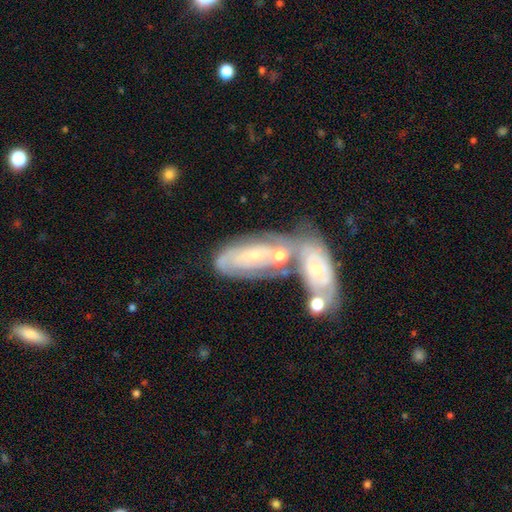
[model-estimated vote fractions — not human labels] smooth_or_featured: featured or disk (p=0.63) [alt: smooth p=0.26]
disk_edge_on: no (p=0.88) [alt: yes p=0.12]
bar: no (p=0.62) [alt: weak p=0.28]
has_spiral_arms: yes (p=0.79) [alt: no p=0.21]
bulge_size: small (p=0.66) [alt: moderate p=0.26]
merging: merger (p=0.52) [alt: none p=0.32]